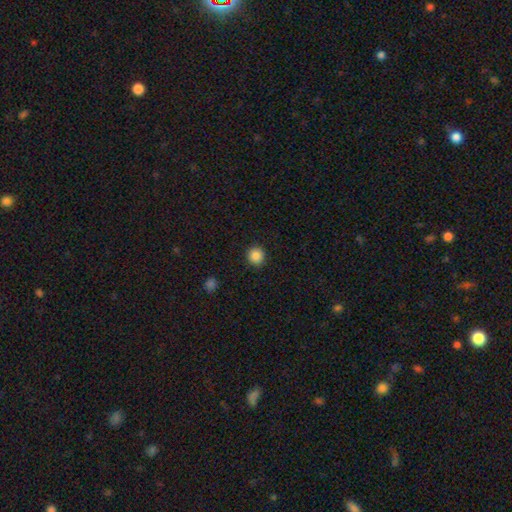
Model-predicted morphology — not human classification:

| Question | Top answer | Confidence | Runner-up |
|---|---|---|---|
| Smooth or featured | smooth | 87% | star or artifact (10%) |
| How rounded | round | 92% | in between (7%) |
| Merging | none | 92% | minor disturbance (5%) |